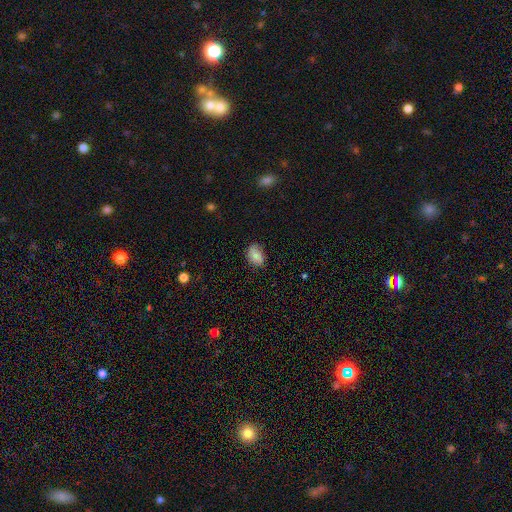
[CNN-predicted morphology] Overall: smooth (80%). How rounded: in between (82%). Merging: none (72%).